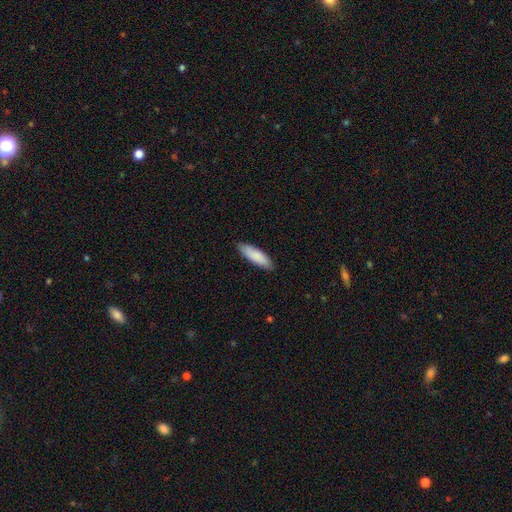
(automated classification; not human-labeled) smooth_or_featured: smooth (p=0.87) [alt: featured or disk p=0.08]
how_rounded: cigar-shaped (p=0.56) [alt: in between p=0.43]
merging: none (p=0.88) [alt: minor disturbance p=0.10]